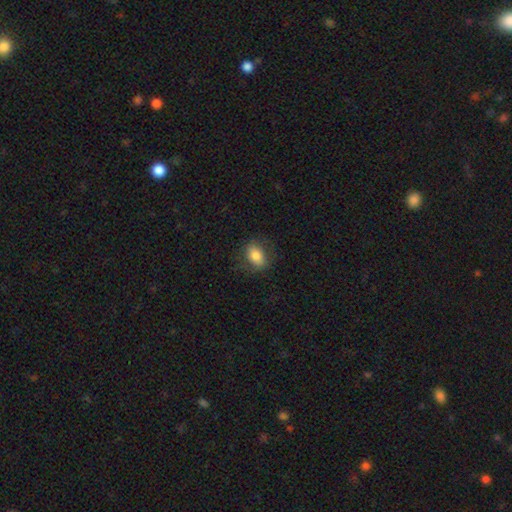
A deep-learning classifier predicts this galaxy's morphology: smooth 77%, featured or disk 15%, star or artifact 8%. Down the decision tree: how rounded — in between (80%); merging — none (74%).